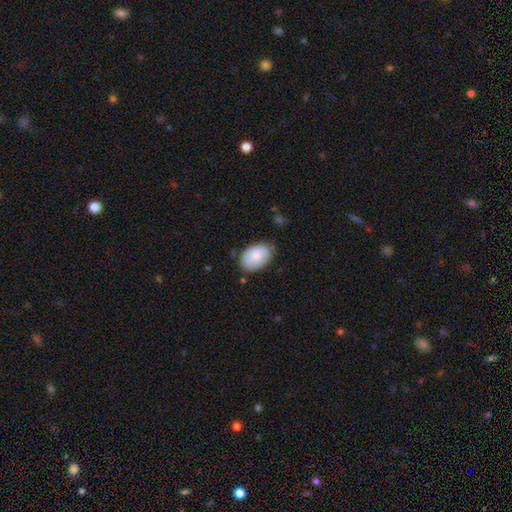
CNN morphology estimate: type=smooth (78%); roundness=in between (87%); merging=none (74%).